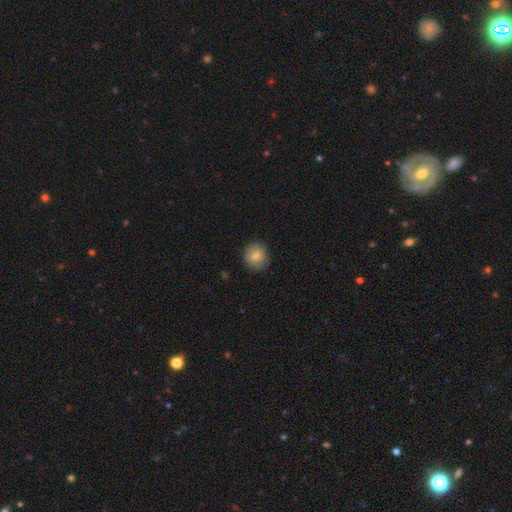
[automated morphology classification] Smooth or featured?
  - smooth: 79% *
  - featured or disk: 13%
  - star or artifact: 9%
How rounded?
  - round: 88% *
  - in between: 11%
  - cigar-shaped: 1%
Merging?
  - none: 87% *
  - minor disturbance: 10%
  - major disturbance: 2%
  - merger: 1%